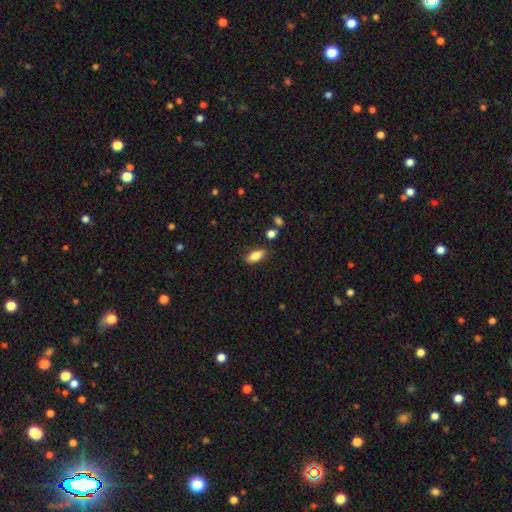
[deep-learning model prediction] This is clearly a smooth galaxy (82%). How rounded: clearly in between (88%). Merging: clearly none (84%).